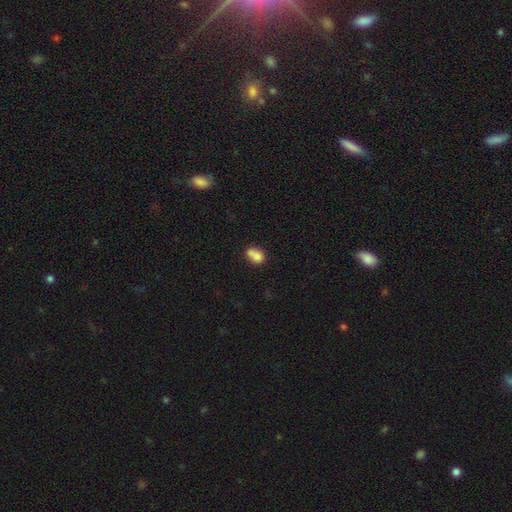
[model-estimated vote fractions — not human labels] Overall: smooth (78%). How rounded: in between (70%). Merging: none (40%; merger 35%).